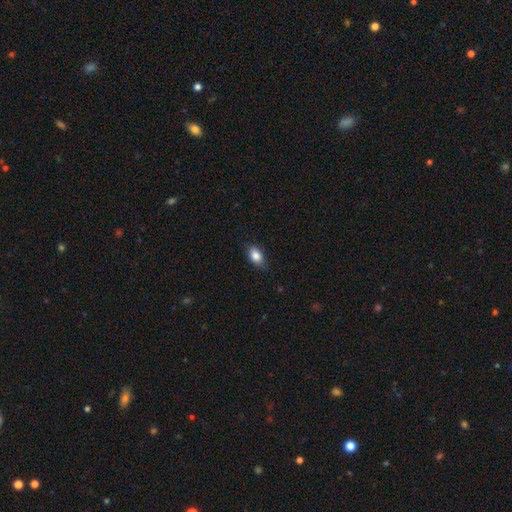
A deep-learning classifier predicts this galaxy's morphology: smooth_or_featured: smooth (p=0.85) [alt: star or artifact p=0.08]
how_rounded: in between (p=0.84) [alt: round p=0.13]
merging: none (p=0.78) [alt: minor disturbance p=0.18]